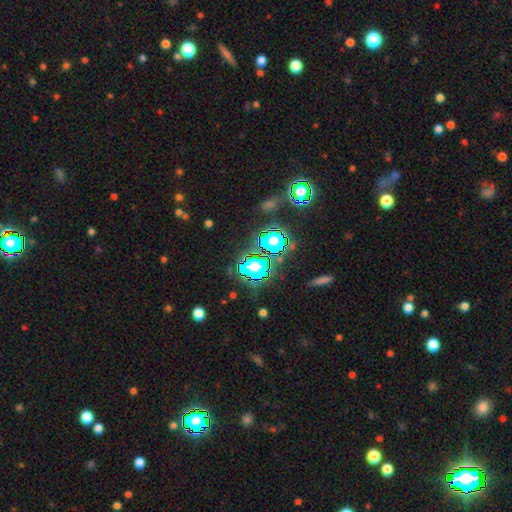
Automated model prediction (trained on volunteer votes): Smooth or featured?
  - star or artifact: 79% *
  - smooth: 12%
  - featured or disk: 9%